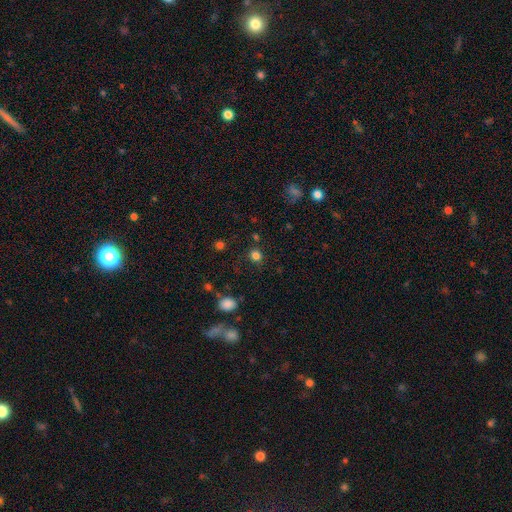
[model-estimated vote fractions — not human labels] Overall: smooth (80%). How rounded: round (84%). Merging: none (85%).